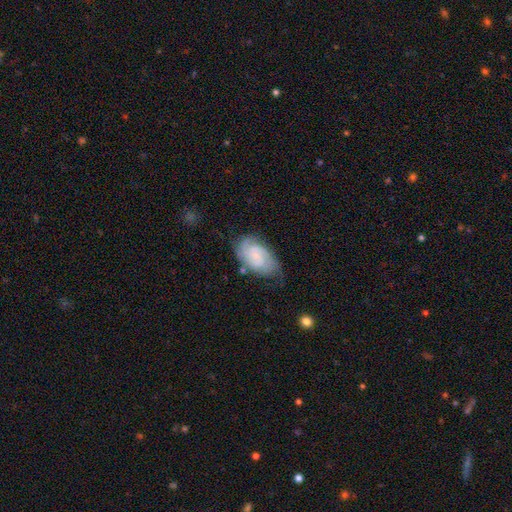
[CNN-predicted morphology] Overall: featured or disk (78%). Edge-on disk: no (97%). Bar: no (56%; weak 38%). Spiral arms: yes (96%). Spiral arm count: 2 (49%; 3 21%). Spiral winding: tight (57%; medium 35%). Bulge size: small (63%). Merging: none (64%; minor disturbance 25%).